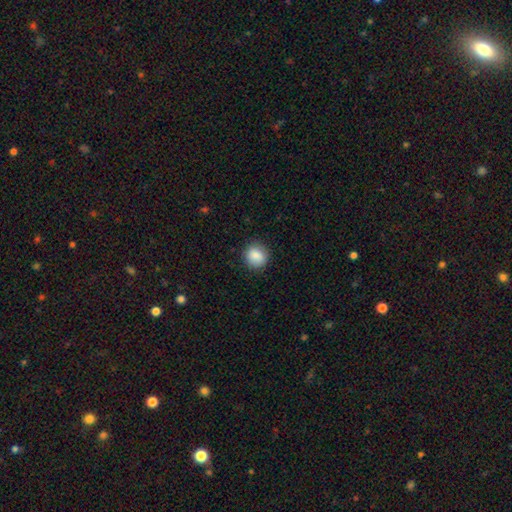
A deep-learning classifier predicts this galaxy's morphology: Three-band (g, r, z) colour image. It shows a smooth galaxy with no disk features (87%) that is round (81%). Merging: none (87%).